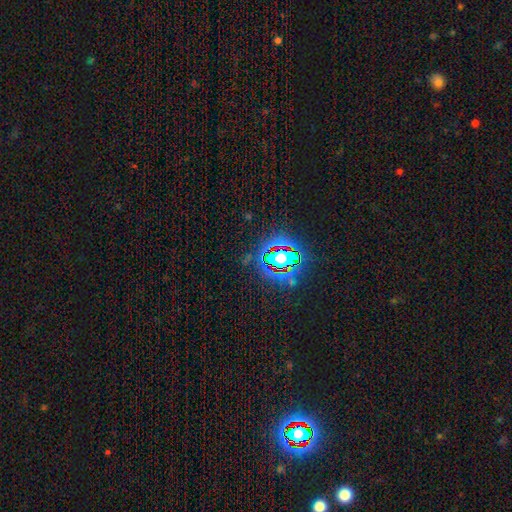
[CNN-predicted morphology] Smooth or featured? star or artifact (82%)